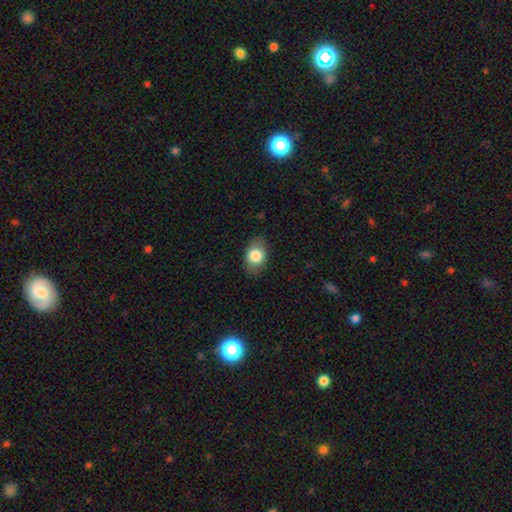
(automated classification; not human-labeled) A smooth galaxy with no disk features (80%) that is in between round and cigar-shaped (79%). Merging: none (82%).